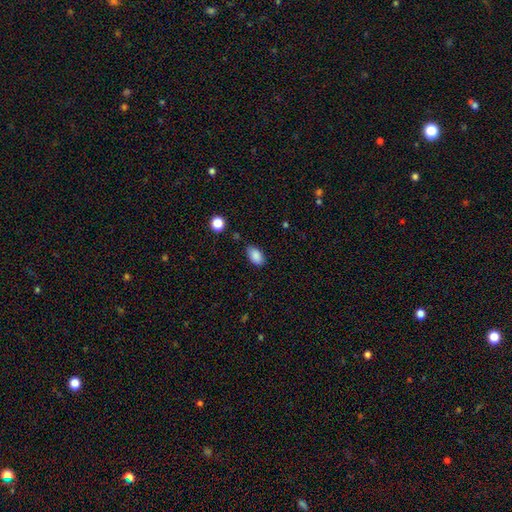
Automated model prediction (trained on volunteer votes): Morphology: type=smooth (87%); roundness=in between (92%); merging=none (77%).